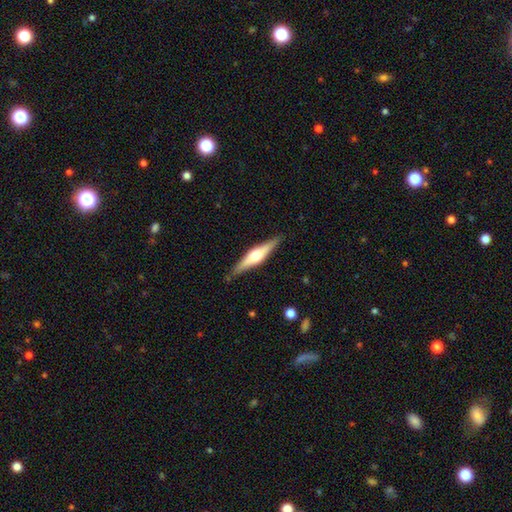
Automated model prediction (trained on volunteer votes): Morphology: type=featured or disk (67%); edge-on=yes (97%); edge-on bulge=rounded (90%); merging=none (88%).